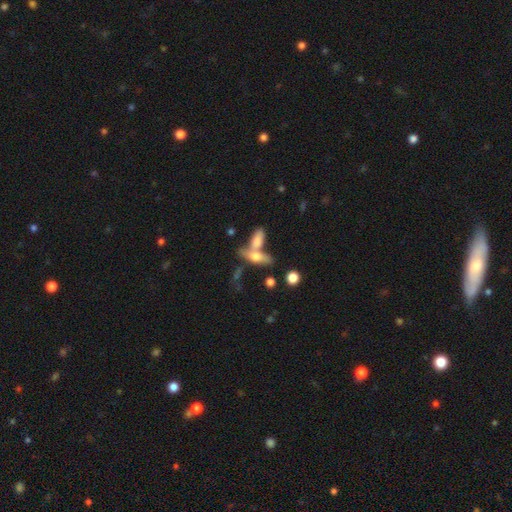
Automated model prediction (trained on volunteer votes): Morphology: type=smooth (54%); roundness=in between (55%); merging=merger (49%).